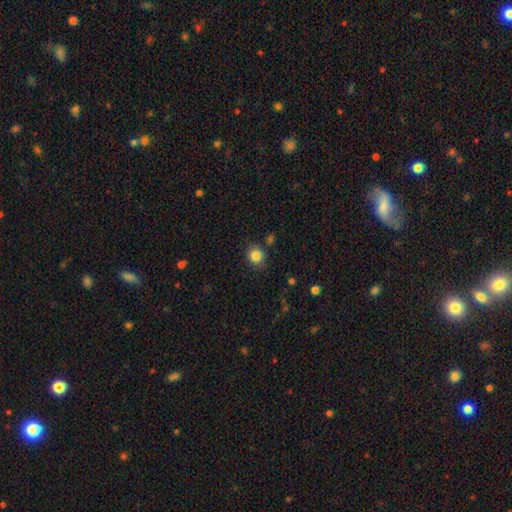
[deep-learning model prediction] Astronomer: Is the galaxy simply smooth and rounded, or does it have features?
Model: smooth — 85%.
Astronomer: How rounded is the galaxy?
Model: round — 80%.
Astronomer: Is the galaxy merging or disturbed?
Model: none — 83%.